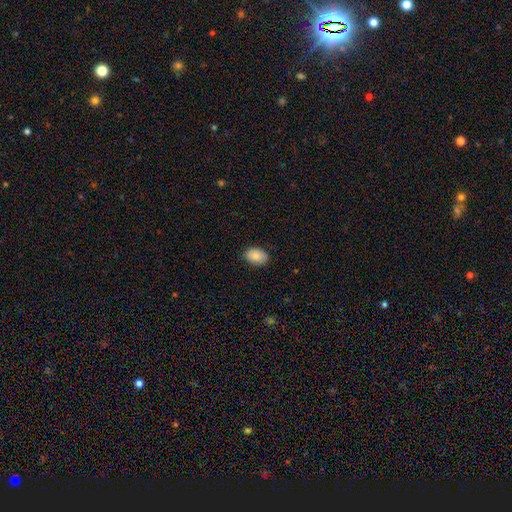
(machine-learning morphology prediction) type=smooth (87%); roundness=in between (85%); merging=none (85%).